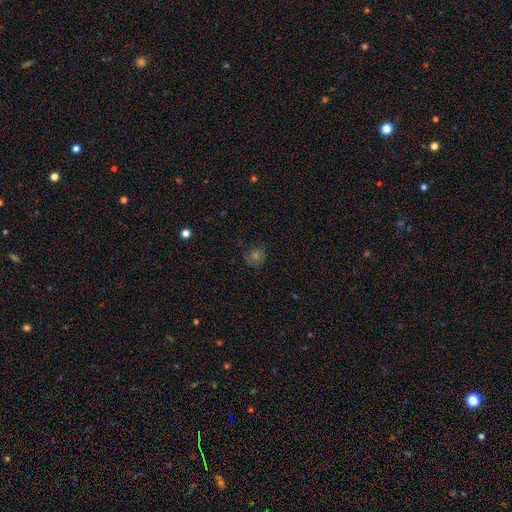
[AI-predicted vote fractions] The model was most divided on "smooth or featured": smooth: 52%, star or artifact: 25%, featured or disk: 23%. More confident: how rounded — round (84%); merging — none (73%).